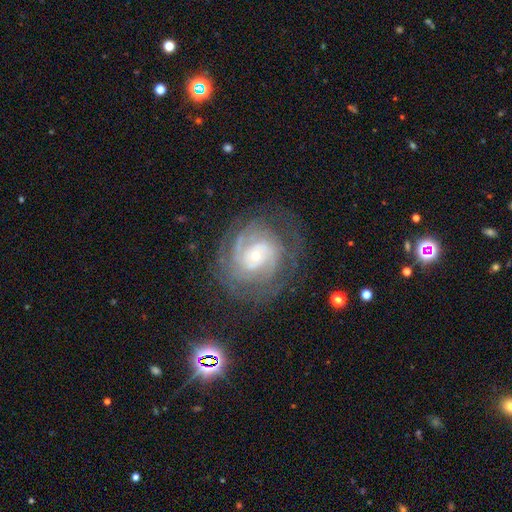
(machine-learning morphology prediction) A featured or disk galaxy (84%) with no bar (70%), tight (69%) spiral arms (93%) and a small central bulge (67%). Merging: none (72%).